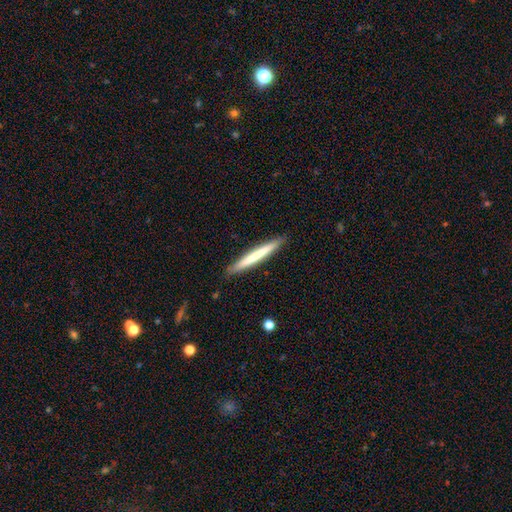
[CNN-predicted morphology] This appears to be a smooth galaxy with no disk features (59%) that is cigar-shaped (97%). Merging: none (91%).